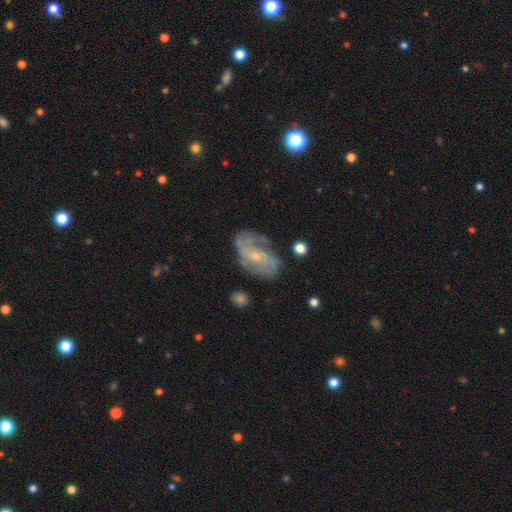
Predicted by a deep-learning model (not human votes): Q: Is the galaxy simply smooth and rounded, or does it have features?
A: featured or disk — 79%.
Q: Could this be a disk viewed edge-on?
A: no — 96%.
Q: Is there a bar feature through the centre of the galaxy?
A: no — 52%.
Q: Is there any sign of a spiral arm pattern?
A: yes — 88%.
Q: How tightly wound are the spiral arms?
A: medium — 43%.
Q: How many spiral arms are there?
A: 2 — 58%.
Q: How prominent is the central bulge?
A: small — 77%.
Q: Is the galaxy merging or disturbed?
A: none — 58%.